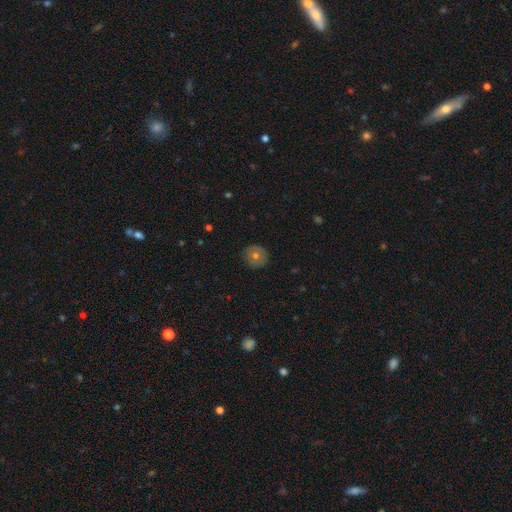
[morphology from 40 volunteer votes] Q: Smooth or featured?
A: smooth (60%); runner-up: featured or disk (38%)
Q: How rounded?
A: round (96%); runner-up: in between (4%)
Q: Merging?
A: none (92%); runner-up: major disturbance (5%)